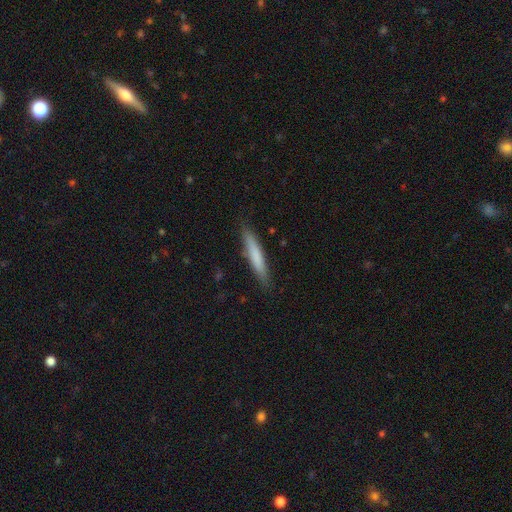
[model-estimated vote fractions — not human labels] A smooth galaxy with no disk features (74%) that is cigar-shaped (93%).

Vote fractions:
- Smooth or featured? smooth: 74% / featured or disk: 21% / star or artifact: 6%
- How rounded? cigar-shaped: 93% / in between: 6% / round: 1%
- Merging? none: 87% / minor disturbance: 10% / major disturbance: 2% / merger: 1%